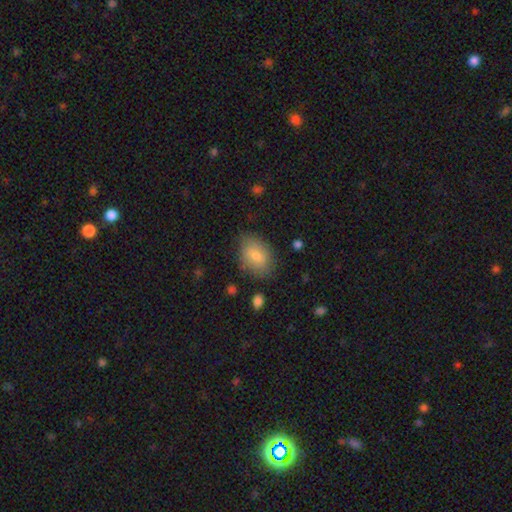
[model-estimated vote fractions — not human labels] A smooth galaxy with no disk features (76%) that is in between round and cigar-shaped (82%).

Vote fractions:
- Smooth or featured? smooth: 76% / featured or disk: 16% / star or artifact: 8%
- How rounded? in between: 82% / round: 17% / cigar-shaped: 2%
- Merging? none: 76% / minor disturbance: 19% / major disturbance: 4% / merger: 2%